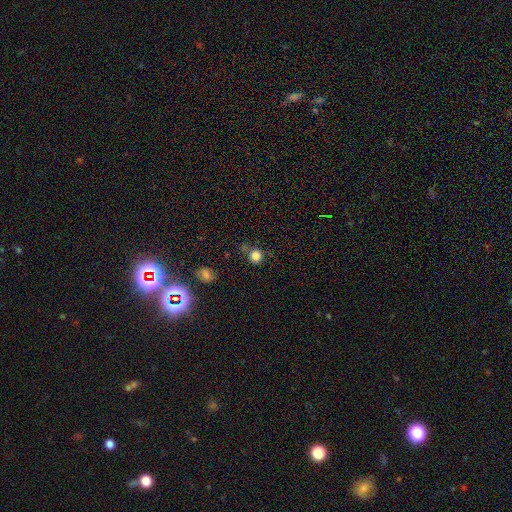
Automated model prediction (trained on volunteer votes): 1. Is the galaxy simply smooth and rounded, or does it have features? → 81% smooth, 13% star or artifact, 5% featured or disk.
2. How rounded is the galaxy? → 91% round, 8% in between, 1% cigar-shaped.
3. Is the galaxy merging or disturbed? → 67% none, 17% minor disturbance, 9% merger, 7% major disturbance.